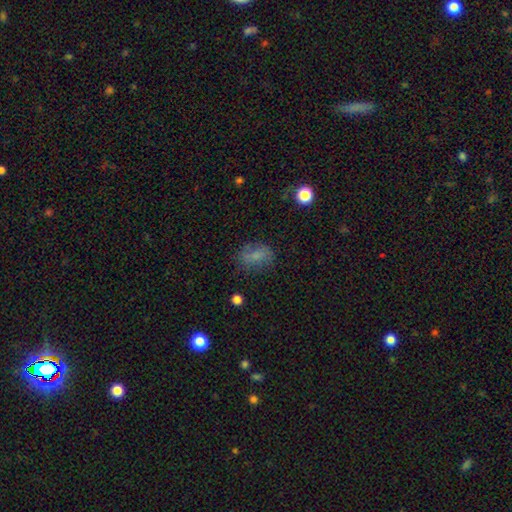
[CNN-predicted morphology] A smooth galaxy with no disk features (69%) that is in between round and cigar-shaped (77%).

Vote fractions:
- Smooth or featured? smooth: 69% / featured or disk: 18% / star or artifact: 14%
- How rounded? in between: 77% / round: 20% / cigar-shaped: 3%
- Merging? none: 64% / minor disturbance: 22% / major disturbance: 11% / merger: 3%